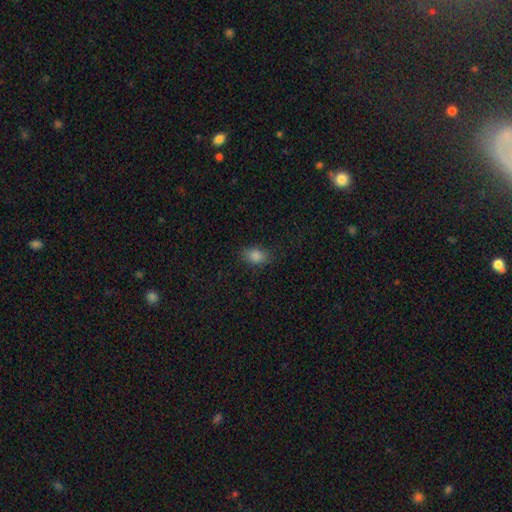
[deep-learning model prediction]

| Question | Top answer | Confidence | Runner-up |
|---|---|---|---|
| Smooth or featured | smooth | 84% | star or artifact (11%) |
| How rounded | in between | 80% | round (18%) |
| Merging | none | 81% | minor disturbance (14%) |